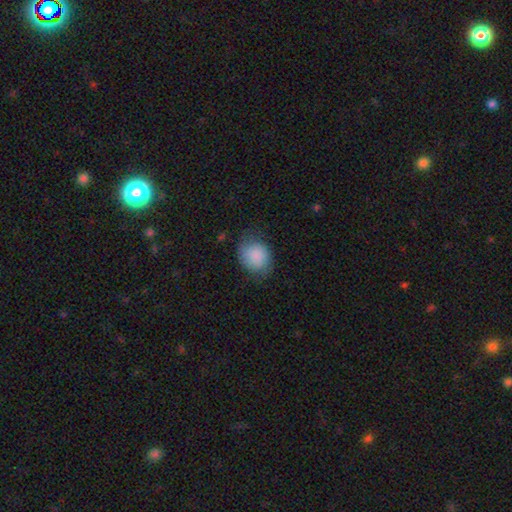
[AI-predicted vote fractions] Overall: smooth (81%). How rounded: round (60%; in between 39%). Merging: none (63%; minor disturbance 26%).